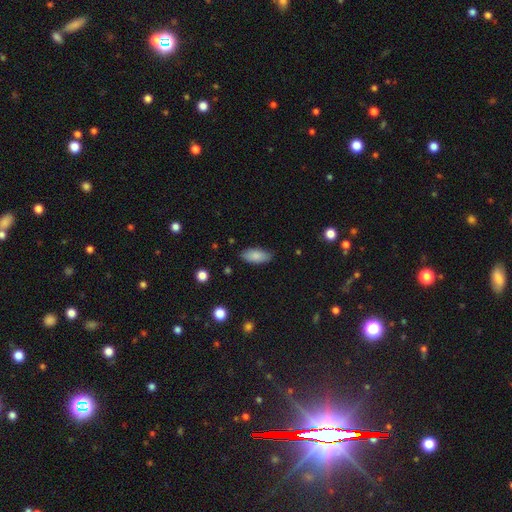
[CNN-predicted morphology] Smooth or featured?
  - smooth: 86% *
  - featured or disk: 8%
  - star or artifact: 7%
How rounded?
  - in between: 87% *
  - cigar-shaped: 11%
  - round: 2%
Merging?
  - none: 84% *
  - minor disturbance: 12%
  - major disturbance: 2%
  - merger: 1%